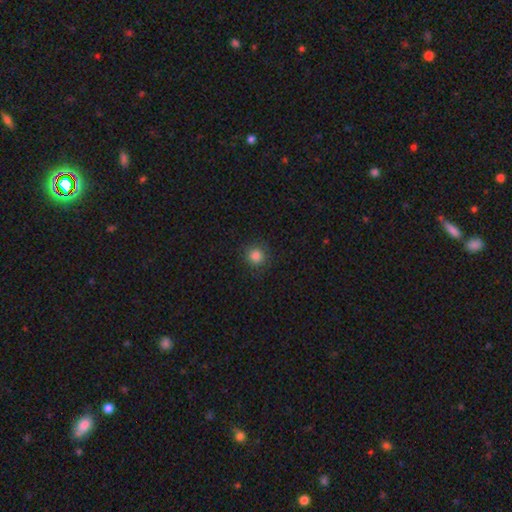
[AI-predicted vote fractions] Smooth or featured?
  - smooth: 84% *
  - star or artifact: 12%
  - featured or disk: 4%
How rounded?
  - round: 93% *
  - in between: 6%
  - cigar-shaped: 1%
Merging?
  - none: 88% *
  - minor disturbance: 8%
  - major disturbance: 3%
  - merger: 1%